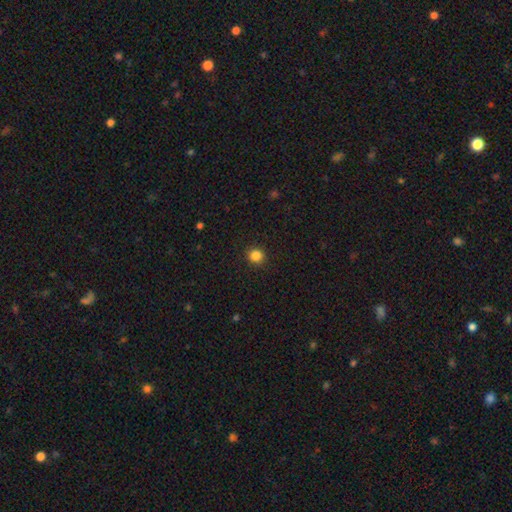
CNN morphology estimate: Smooth or featured? Predicted: smooth (p=0.85). How rounded? Predicted: round (p=0.92). Merging? Predicted: none (p=0.91).